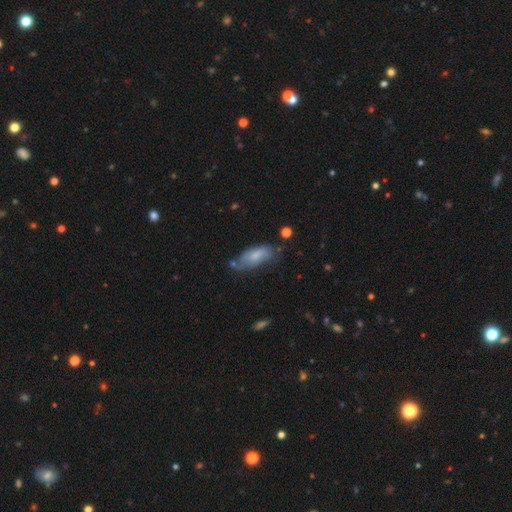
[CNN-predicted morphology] Q: Smooth or featured?
A: smooth (70%); runner-up: featured or disk (23%)
Q: How rounded?
A: in between (79%); runner-up: cigar-shaped (19%)
Q: Merging?
A: none (52%); runner-up: minor disturbance (31%)